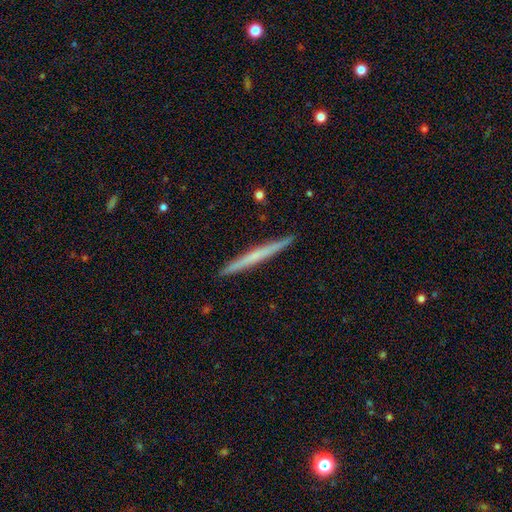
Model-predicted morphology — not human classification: A featured or disk galaxy (49%).

Vote fractions:
- Smooth or featured? featured or disk: 49% / smooth: 46% / star or artifact: 5%
- Merging? none: 92% / minor disturbance: 6% / major disturbance: 1% / merger: 1%